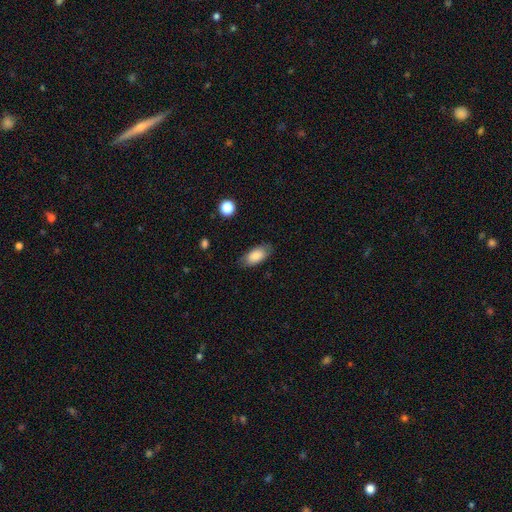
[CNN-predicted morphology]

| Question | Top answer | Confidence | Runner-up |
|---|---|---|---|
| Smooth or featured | smooth | 84% | featured or disk (9%) |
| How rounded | in between | 91% | cigar-shaped (6%) |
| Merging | none | 81% | minor disturbance (14%) |